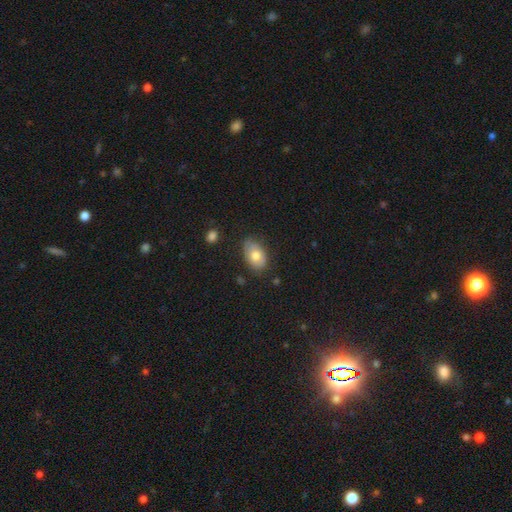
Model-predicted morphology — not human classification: This is likely a smooth galaxy (73%). How rounded: clearly in between (89%). Merging: likely none (72%).